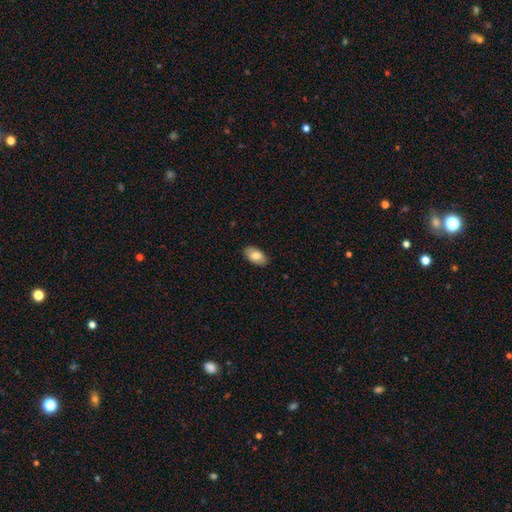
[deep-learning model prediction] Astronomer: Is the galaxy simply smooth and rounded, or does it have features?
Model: smooth — 79%.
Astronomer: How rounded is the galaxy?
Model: in between — 94%.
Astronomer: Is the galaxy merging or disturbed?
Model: none — 89%.